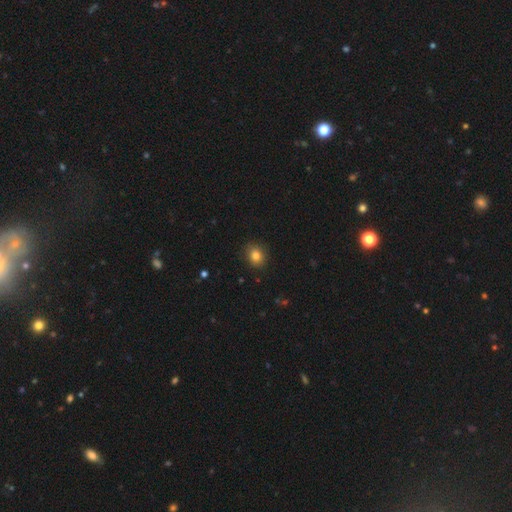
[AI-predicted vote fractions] This is clearly a smooth galaxy (84%). How rounded: likely round (66%). Merging: clearly none (88%).